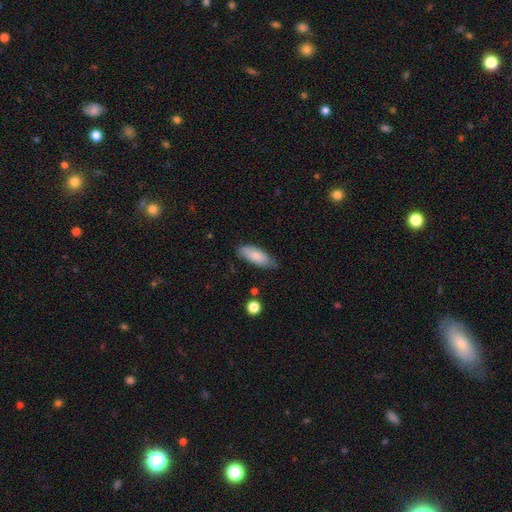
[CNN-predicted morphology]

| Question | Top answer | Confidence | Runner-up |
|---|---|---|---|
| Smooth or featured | smooth | 81% | featured or disk (13%) |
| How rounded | in between | 75% | cigar-shaped (23%) |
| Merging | none | 69% | minor disturbance (25%) |